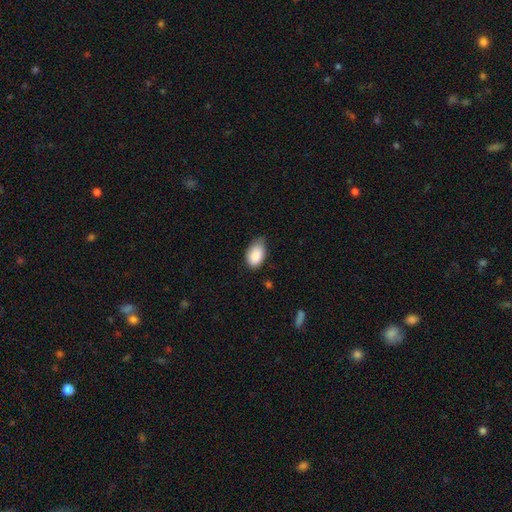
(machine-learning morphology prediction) A smooth galaxy with no disk features (89%) that is in between round and cigar-shaped (92%). Merging: none (58%).